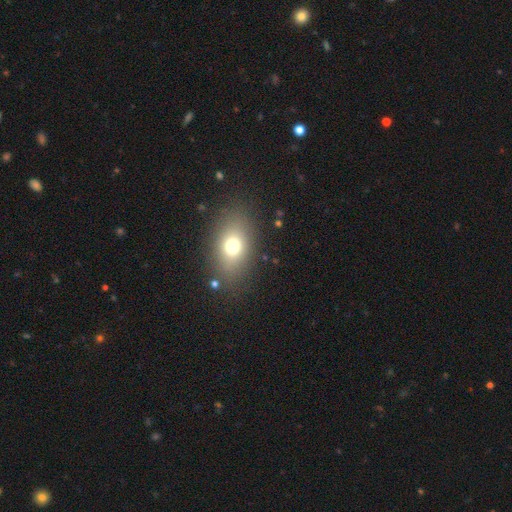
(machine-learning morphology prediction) The model was most divided on "smooth or featured": smooth: 69%, star or artifact: 16%, featured or disk: 15%. More confident: merging — none (86%); how rounded — in between (77%).